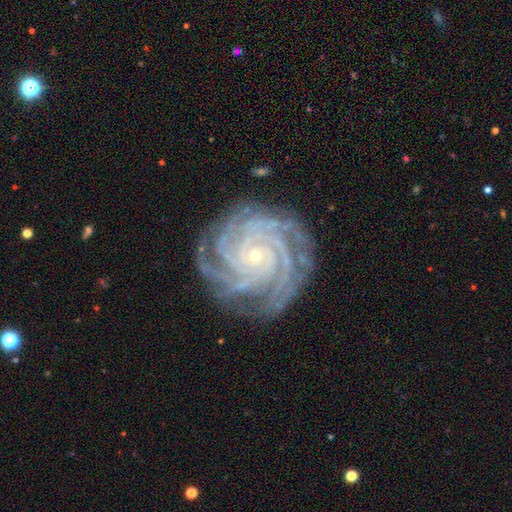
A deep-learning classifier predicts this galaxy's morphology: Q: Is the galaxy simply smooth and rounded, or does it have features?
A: featured or disk — 92%.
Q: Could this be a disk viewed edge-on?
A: no — 98%.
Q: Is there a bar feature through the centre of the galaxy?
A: no — 71%.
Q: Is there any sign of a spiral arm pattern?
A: yes — 99%.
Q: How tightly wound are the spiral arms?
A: tight — 84%.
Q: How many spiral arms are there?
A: more than 4 — 34%.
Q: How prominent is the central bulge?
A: small — 84%.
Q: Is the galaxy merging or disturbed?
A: none — 82%.